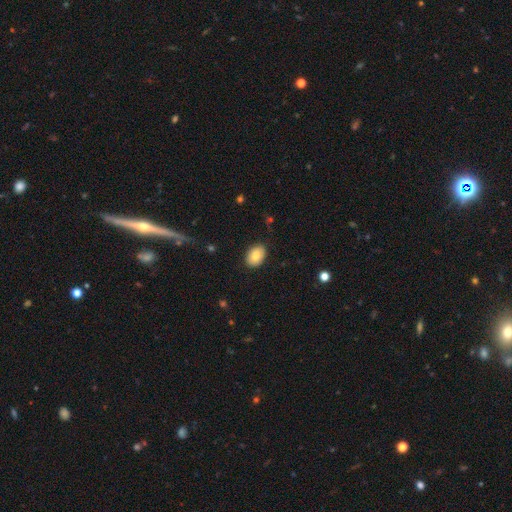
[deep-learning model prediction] smooth_or_featured: smooth (p=0.83) [alt: featured or disk p=0.09]
how_rounded: in between (p=0.80) [alt: round p=0.19]
merging: none (p=0.83) [alt: minor disturbance p=0.13]